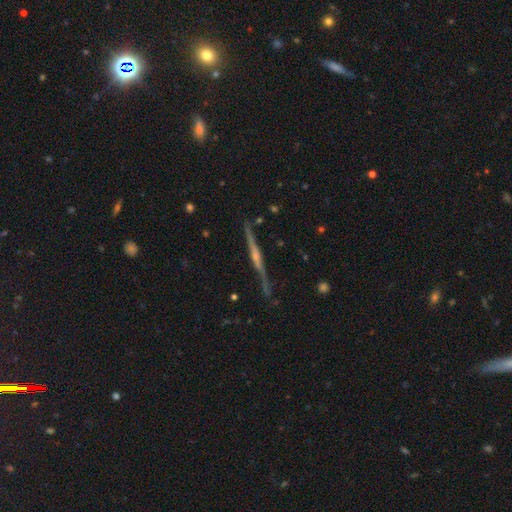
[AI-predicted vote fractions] Smooth or featured: featured or disk — 82% (smooth — 11%)
Edge-on disk: yes — 98% (no — 2%)
Edge-on bulge: rounded — 73% (none — 17%)
Merging: none — 82% (minor disturbance — 13%)